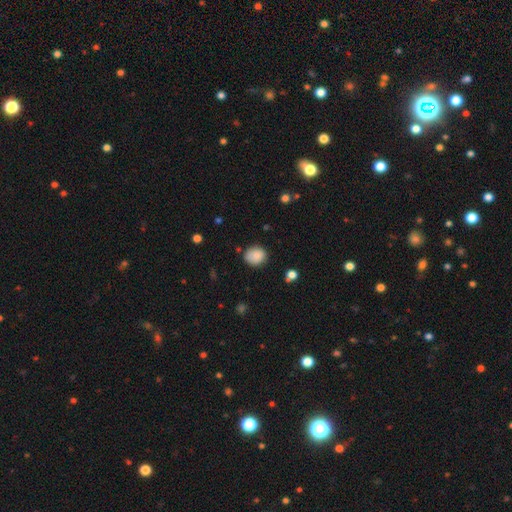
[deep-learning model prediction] Morphology: type=smooth (87%); roundness=round (74%); merging=none (79%).